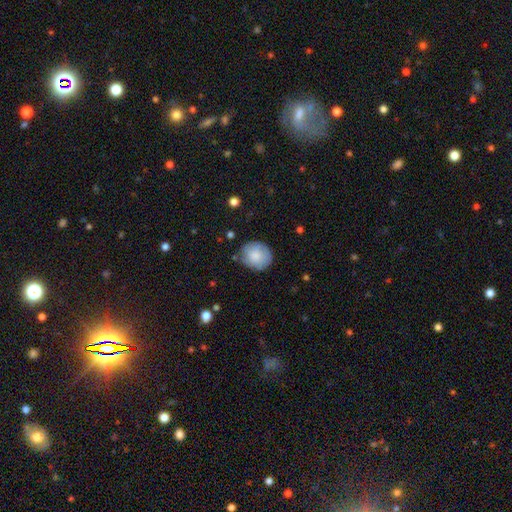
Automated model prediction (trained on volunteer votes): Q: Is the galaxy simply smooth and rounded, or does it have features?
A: smooth — 79%.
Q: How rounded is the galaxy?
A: round — 70%.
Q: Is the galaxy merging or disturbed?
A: none — 73%.